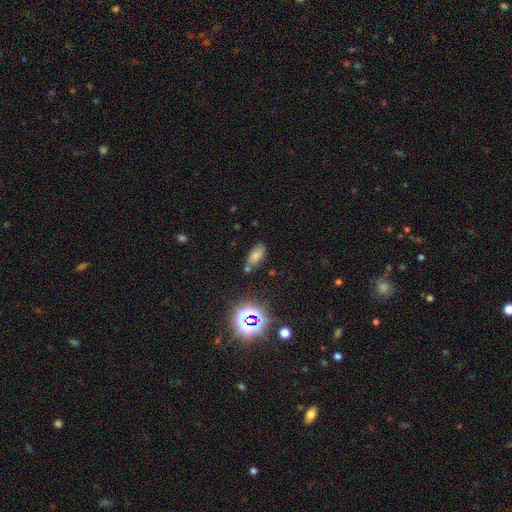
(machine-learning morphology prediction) Smooth or featured? Predicted: smooth (p=0.69). How rounded? Predicted: in between (p=0.88). Merging? Predicted: none (p=0.72).